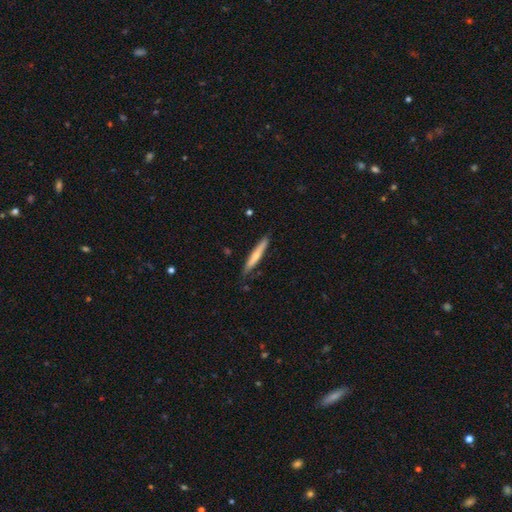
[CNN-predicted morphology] smooth 55%, featured or disk 40%, star or artifact 5%. Down the decision tree: how rounded — cigar-shaped (94%); merging — none (85%).